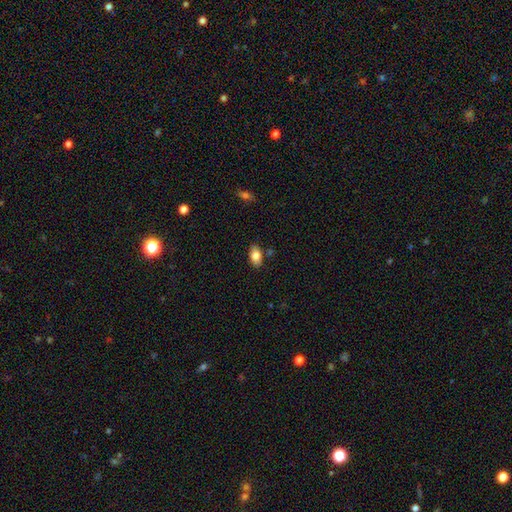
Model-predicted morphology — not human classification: The model was most divided on "smooth or featured": smooth: 81%, featured or disk: 12%, star or artifact: 8%. More confident: how rounded — in between (92%); merging — none (82%).